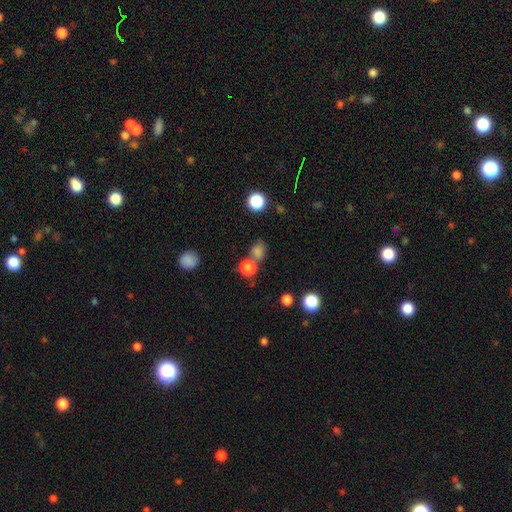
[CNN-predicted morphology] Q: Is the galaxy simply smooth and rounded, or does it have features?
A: smooth — 55%.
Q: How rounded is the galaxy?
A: round — 67%.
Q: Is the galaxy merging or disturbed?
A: none — 67%.